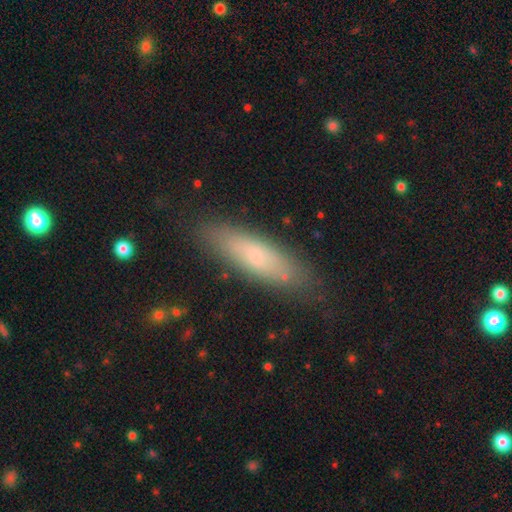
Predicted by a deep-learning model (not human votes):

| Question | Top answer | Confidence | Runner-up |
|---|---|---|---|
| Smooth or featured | smooth | 69% | featured or disk (23%) |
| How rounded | cigar-shaped | 66% | in between (33%) |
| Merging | none | 82% | minor disturbance (13%) |